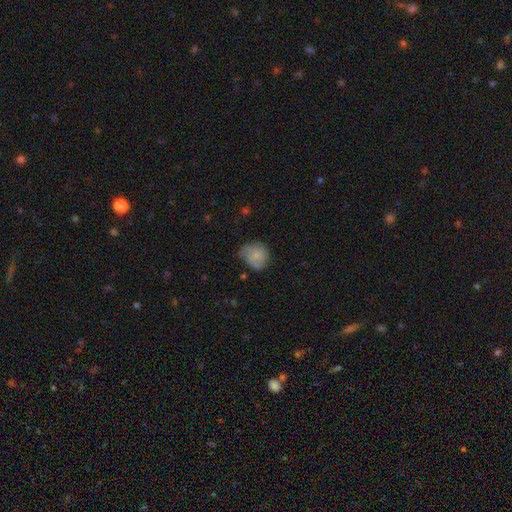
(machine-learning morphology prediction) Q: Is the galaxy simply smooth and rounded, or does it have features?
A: smooth — 67%.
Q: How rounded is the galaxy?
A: round — 73%.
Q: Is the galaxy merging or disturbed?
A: none — 50%.